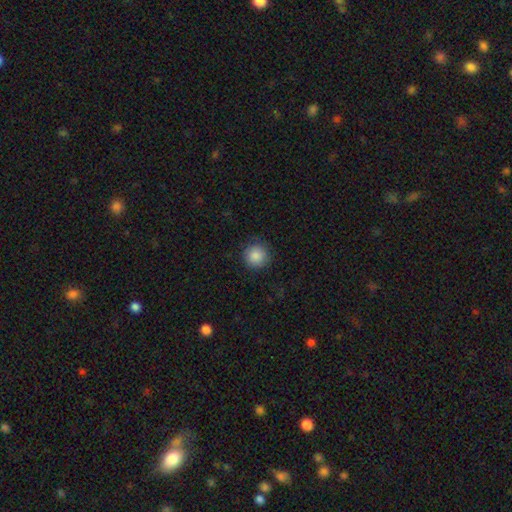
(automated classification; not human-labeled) smooth_or_featured: smooth (p=0.87) [alt: star or artifact p=0.09]
how_rounded: round (p=0.95) [alt: in between p=0.04]
merging: none (p=0.87) [alt: minor disturbance p=0.10]